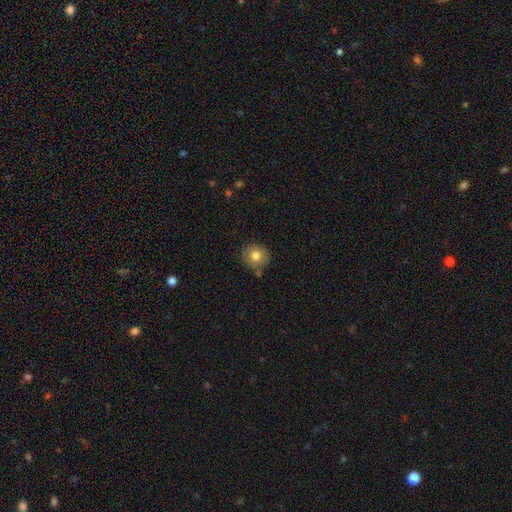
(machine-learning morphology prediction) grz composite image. It shows a smooth galaxy with no disk features (77%) that is round (90%). Merging: none (80%).